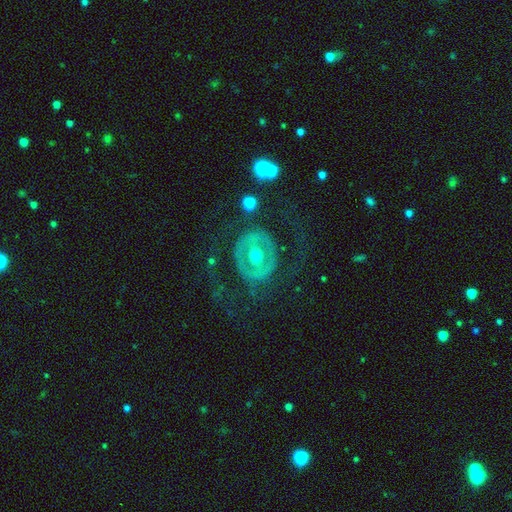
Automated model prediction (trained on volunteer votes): Q: Smooth or featured?
A: featured or disk (68%); runner-up: smooth (25%)
Q: Edge-on disk?
A: no (95%); runner-up: yes (5%)
Q: Bar?
A: no (56%); runner-up: weak (26%)
Q: Spiral arms?
A: no (76%); runner-up: yes (24%)
Q: Bulge size?
A: moderate (72%); runner-up: small (19%)
Q: Merging?
A: none (70%); runner-up: major disturbance (15%)